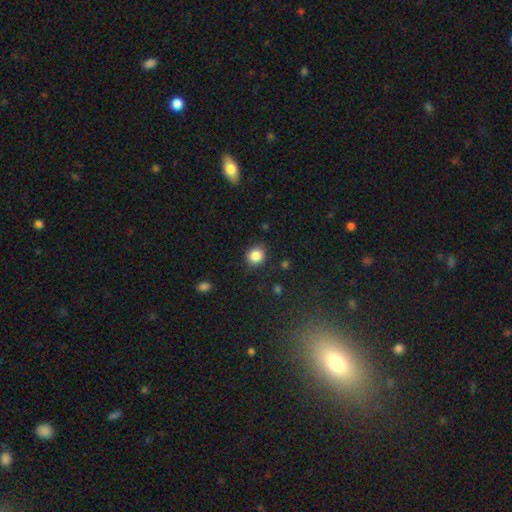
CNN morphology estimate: Smooth or featured?
  - smooth: 86% *
  - star or artifact: 10%
  - featured or disk: 4%
How rounded?
  - round: 81% *
  - in between: 18%
  - cigar-shaped: 1%
Merging?
  - none: 86% *
  - minor disturbance: 10%
  - major disturbance: 3%
  - merger: 1%